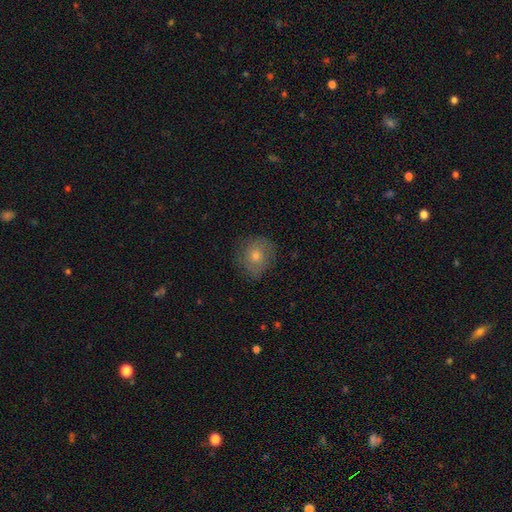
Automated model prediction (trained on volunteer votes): Smooth or featured? Predicted: smooth (p=0.54). How rounded? Predicted: round (p=0.80). Merging? Predicted: none (p=0.78).